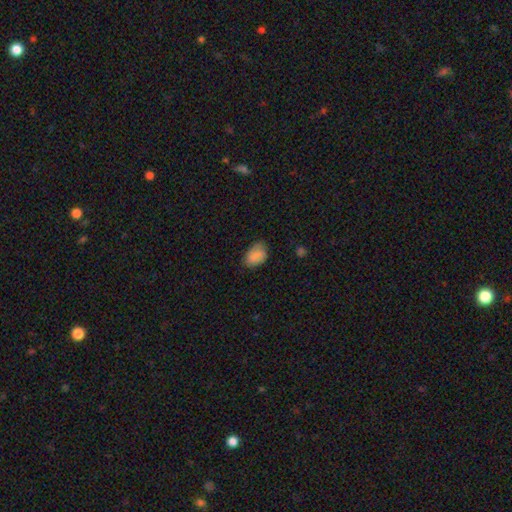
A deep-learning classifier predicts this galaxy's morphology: Overall: smooth (86%). How rounded: in between (82%). Merging: none (67%).